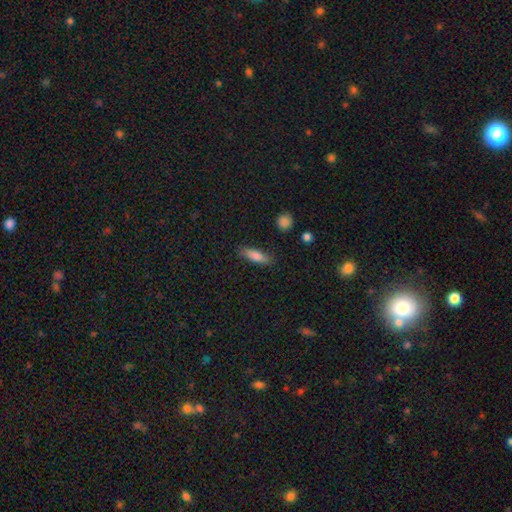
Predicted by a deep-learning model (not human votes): A smooth galaxy with no disk features (78%) that is cigar-shaped (54%). Merging: none (85%).